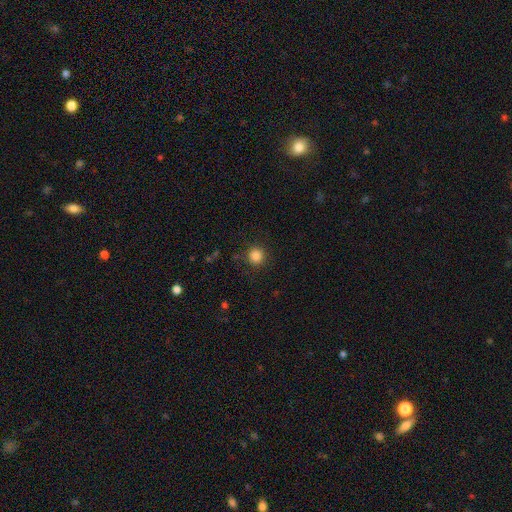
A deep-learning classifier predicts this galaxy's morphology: Smooth or featured?
  - smooth: 85% *
  - star or artifact: 12%
  - featured or disk: 3%
How rounded?
  - round: 94% *
  - in between: 5%
  - cigar-shaped: 1%
Merging?
  - none: 90% *
  - minor disturbance: 6%
  - major disturbance: 3%
  - merger: 1%